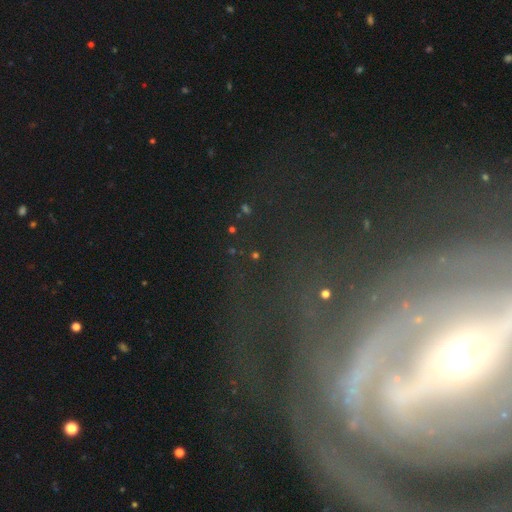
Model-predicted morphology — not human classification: Q: Smooth or featured?
A: star or artifact (67%); runner-up: smooth (19%)